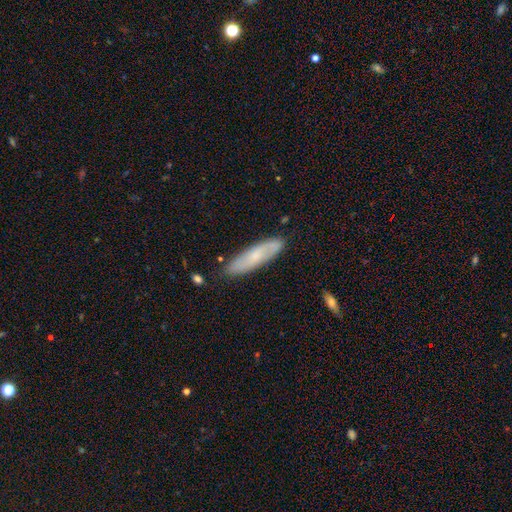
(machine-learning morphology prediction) This is possibly a smooth galaxy (56%). How rounded: likely cigar-shaped (73%). Merging: clearly none (83%).